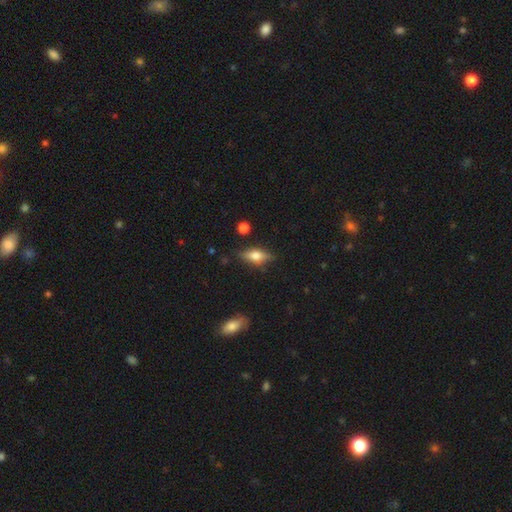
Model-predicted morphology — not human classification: Q: Smooth or featured?
A: smooth (51%); runner-up: featured or disk (41%)
Q: How rounded?
A: in between (68%); runner-up: cigar-shaped (25%)
Q: Merging?
A: none (79%); runner-up: minor disturbance (15%)